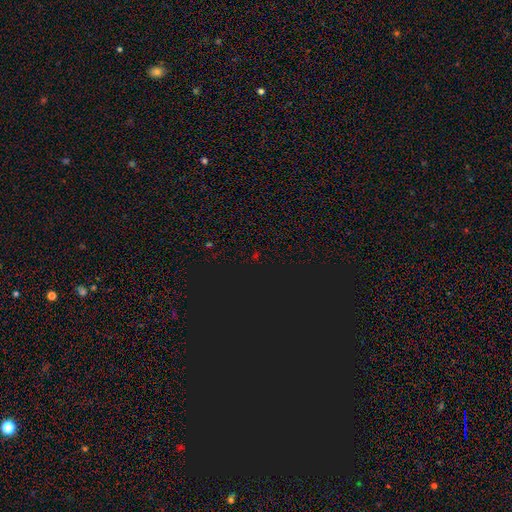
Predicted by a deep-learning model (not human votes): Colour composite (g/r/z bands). It shows a star or artifact, not a galaxy (74%).